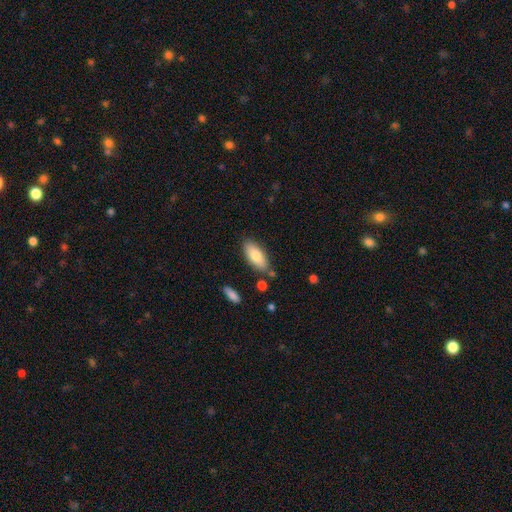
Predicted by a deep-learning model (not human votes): A smooth galaxy with no disk features (79%) that is in between round and cigar-shaped (85%).

Vote fractions:
- Smooth or featured? smooth: 79% / featured or disk: 15% / star or artifact: 6%
- How rounded? in between: 85% / cigar-shaped: 13% / round: 2%
- Merging? none: 79% / minor disturbance: 13% / merger: 5% / major disturbance: 3%